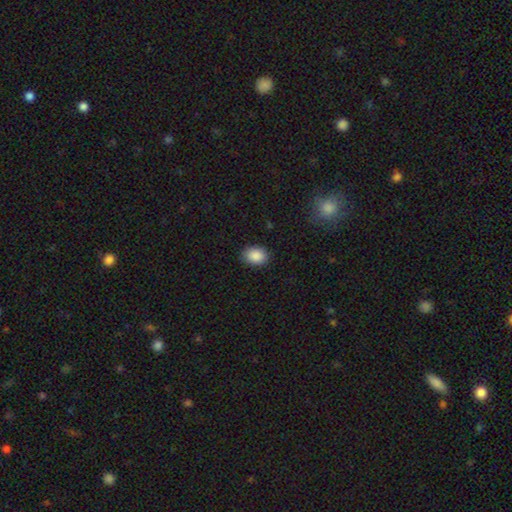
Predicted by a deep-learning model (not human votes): smooth-or-featured: smooth: 89% | star or artifact: 8% | featured or disk: 3%
  how-rounded: in between: 67% | round: 32% | cigar-shaped: 1%
  merging: none: 86% | minor disturbance: 11% | major disturbance: 2% | merger: 1%